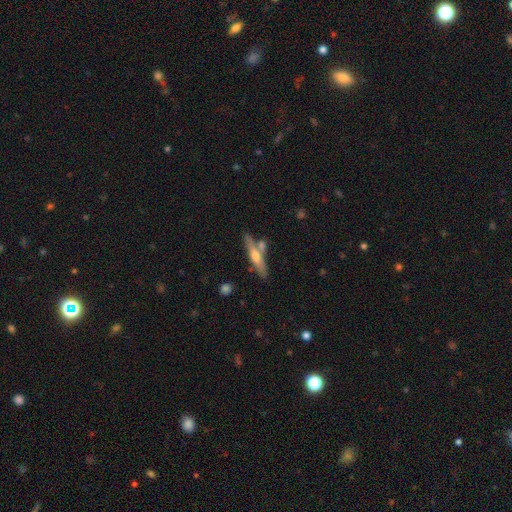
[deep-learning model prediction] Morphology: type=featured or disk (58%); edge-on=yes (93%); edge-on bulge=rounded (86%); merging=none (72%).